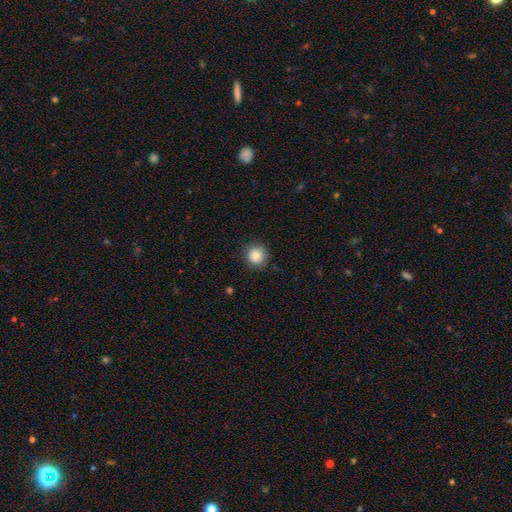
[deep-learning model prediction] smooth_or_featured: smooth (p=0.83) [alt: star or artifact p=0.10]
how_rounded: round (p=0.92) [alt: in between p=0.07]
merging: none (p=0.85) [alt: minor disturbance p=0.11]